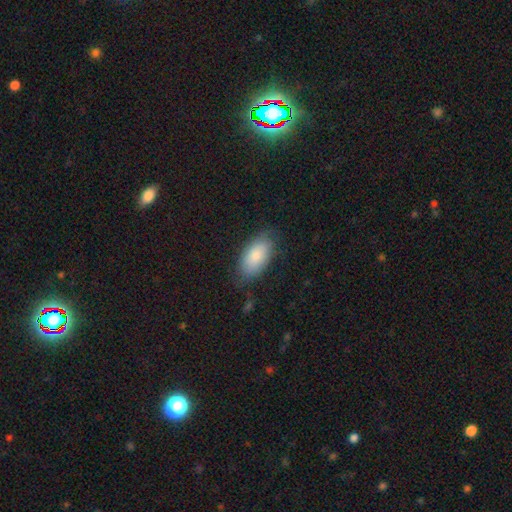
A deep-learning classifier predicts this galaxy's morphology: A smooth galaxy with no disk features (81%) that is in between round and cigar-shaped (94%).

Vote fractions:
- Smooth or featured? smooth: 81% / featured or disk: 13% / star or artifact: 6%
- How rounded? in between: 94% / cigar-shaped: 3% / round: 3%
- Merging? none: 73% / minor disturbance: 21% / major disturbance: 5% / merger: 1%